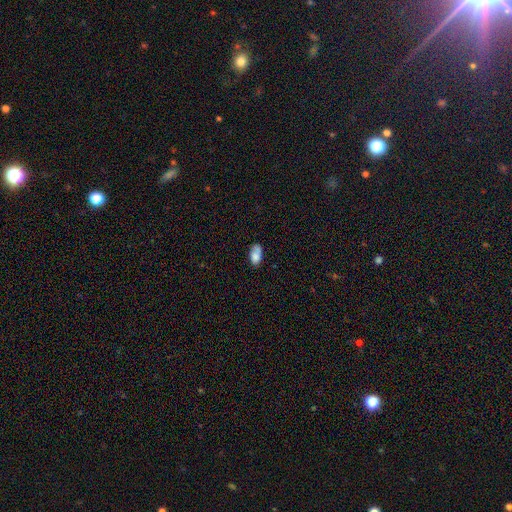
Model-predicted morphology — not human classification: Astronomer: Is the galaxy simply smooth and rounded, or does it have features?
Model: smooth — 78%.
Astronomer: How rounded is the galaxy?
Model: in between — 93%.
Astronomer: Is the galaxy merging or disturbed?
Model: none — 56%.